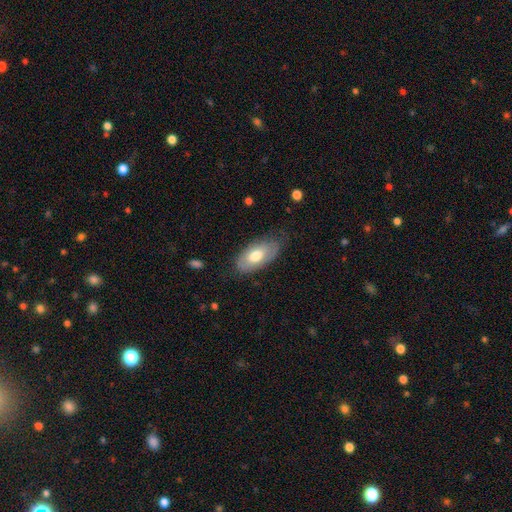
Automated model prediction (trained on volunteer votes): Smooth or featured? smooth (62%)
How rounded? in between (93%)
Merging? none (69%)